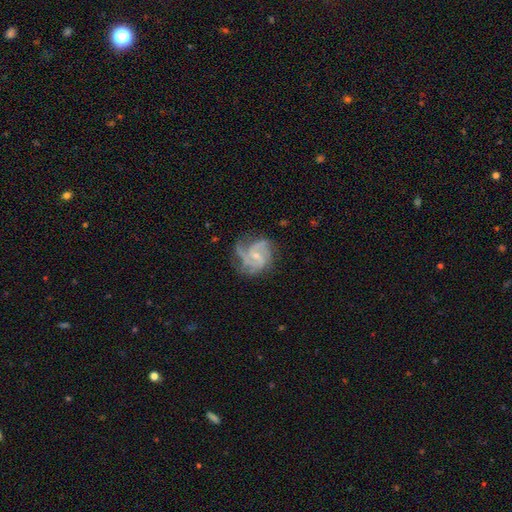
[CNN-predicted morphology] Smooth or featured?
  - featured or disk: 86% *
  - smooth: 8%
  - star or artifact: 6%
Edge-on disk?
  - no: 98% *
  - yes: 2%
Bar?
  - no: 47% *
  - weak: 44%
  - strong: 9%
Spiral arms?
  - yes: 96% *
  - no: 4%
Spiral winding?
  - medium: 51% *
  - tight: 32%
  - loose: 17%
Spiral arm count?
  - 3: 46% *
  - 2: 20%
  - can't tell: 13%
  - 4: 11%
  - 1: 5%
  - more than 4: 5%
Bulge size?
  - small: 67% *
  - moderate: 26%
  - none: 5%
  - large: 1%
  - dominant: 1%
Merging?
  - none: 58% *
  - minor disturbance: 24%
  - major disturbance: 16%
  - merger: 2%